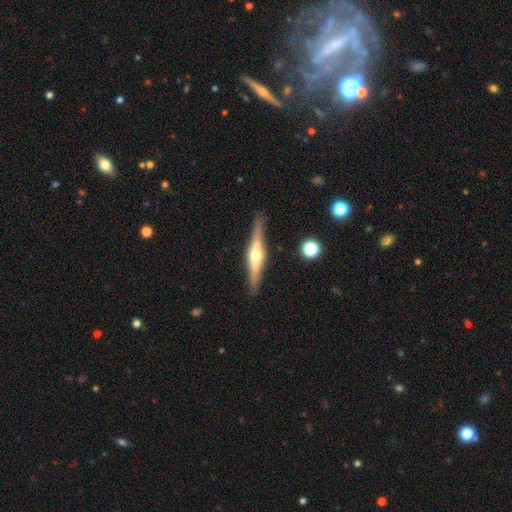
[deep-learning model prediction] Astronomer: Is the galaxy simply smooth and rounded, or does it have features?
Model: featured or disk — 72%.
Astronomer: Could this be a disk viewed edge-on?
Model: yes — 96%.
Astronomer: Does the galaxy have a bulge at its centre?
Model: rounded — 90%.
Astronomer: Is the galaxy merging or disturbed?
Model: none — 87%.